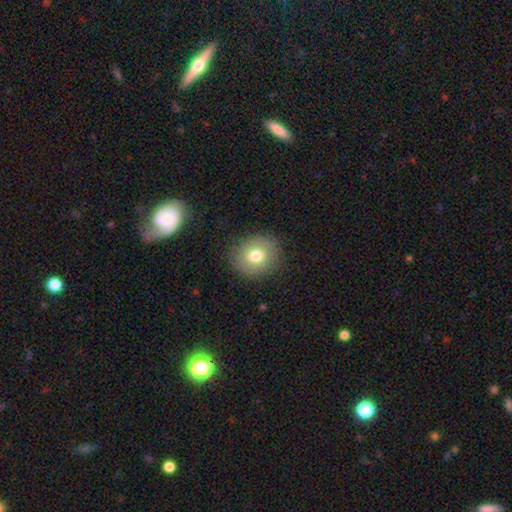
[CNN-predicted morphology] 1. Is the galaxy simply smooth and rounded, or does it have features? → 74% smooth, 16% featured or disk, 9% star or artifact.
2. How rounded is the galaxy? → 74% round, 25% in between, 1% cigar-shaped.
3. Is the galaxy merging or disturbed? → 86% none, 10% minor disturbance, 3% major disturbance, 1% merger.